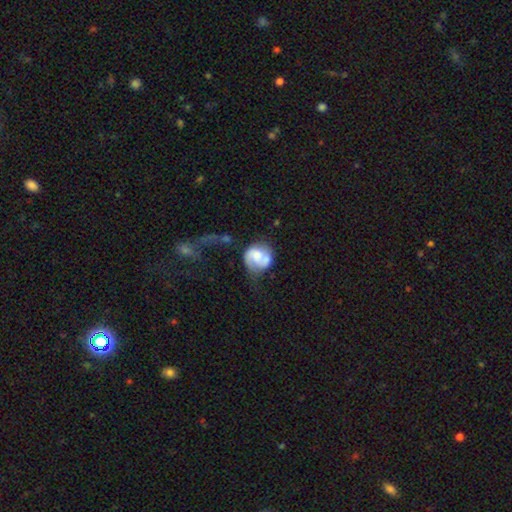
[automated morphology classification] Smooth or featured? featured or disk (48%)
Merging? none (28%)